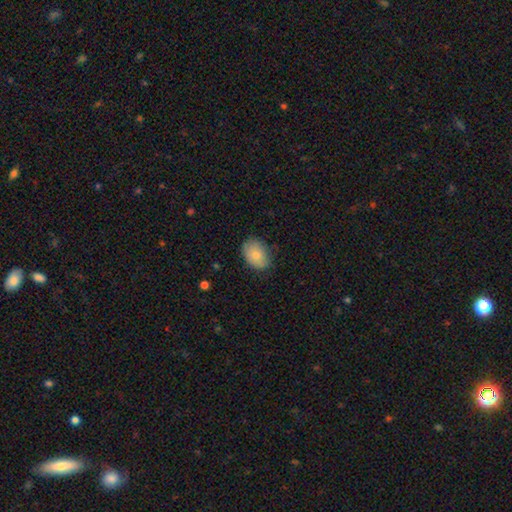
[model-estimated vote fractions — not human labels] Q: Smooth or featured?
A: smooth (82%); runner-up: featured or disk (12%)
Q: How rounded?
A: in between (78%); runner-up: round (21%)
Q: Merging?
A: none (76%); runner-up: minor disturbance (20%)